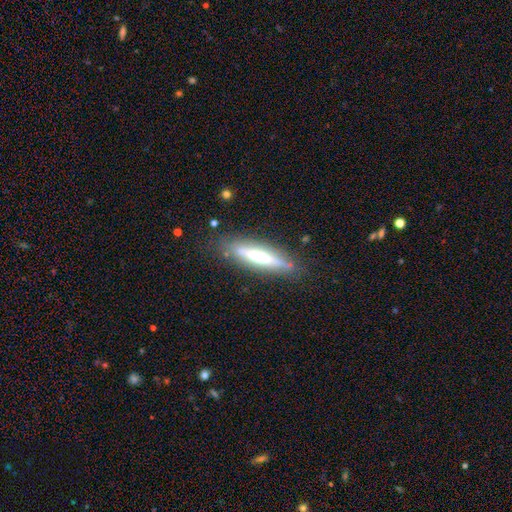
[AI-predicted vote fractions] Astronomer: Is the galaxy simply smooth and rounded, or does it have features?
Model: featured or disk — 55% (runner-up: smooth, 37%).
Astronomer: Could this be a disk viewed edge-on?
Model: yes — 86%.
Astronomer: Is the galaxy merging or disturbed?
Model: none — 83%.